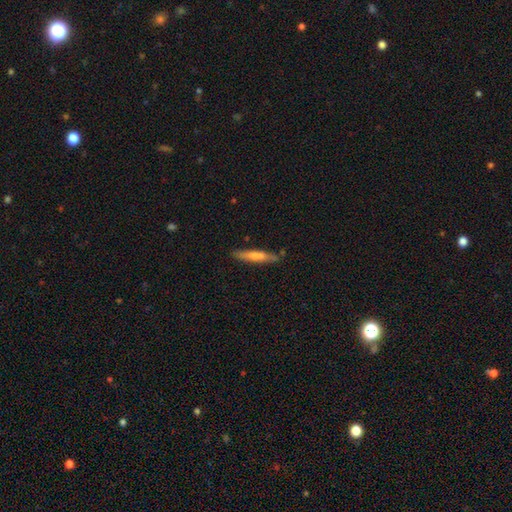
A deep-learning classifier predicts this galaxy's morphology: Q: Smooth or featured?
A: smooth (65%); runner-up: featured or disk (29%)
Q: How rounded?
A: cigar-shaped (90%); runner-up: in between (9%)
Q: Merging?
A: none (78%); runner-up: minor disturbance (15%)